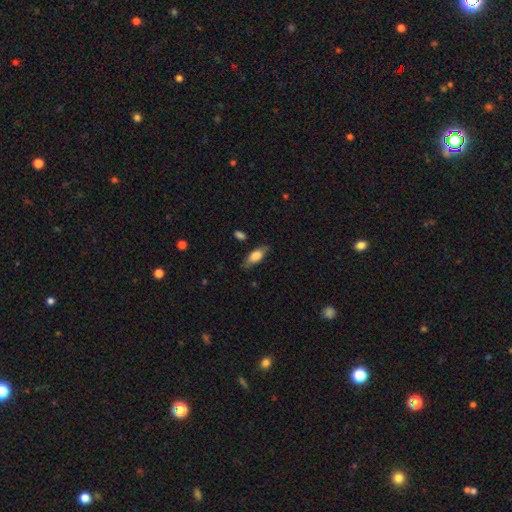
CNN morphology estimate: Smooth or featured? Predicted: smooth (p=0.72). How rounded? Predicted: in between (p=0.80). Merging? Predicted: none (p=0.73).